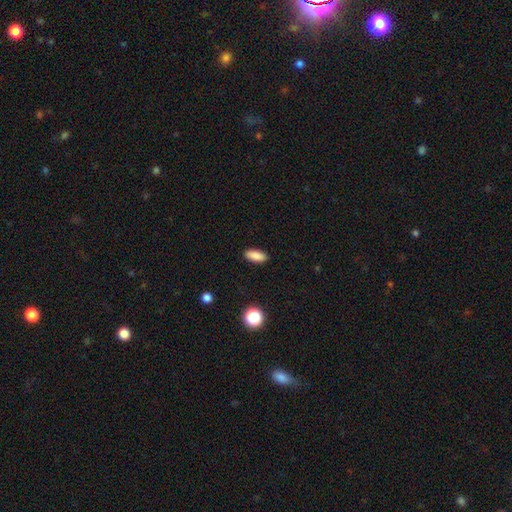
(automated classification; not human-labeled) A smooth galaxy with no disk features (87%) that is in between round and cigar-shaped (77%). Merging: none (90%).